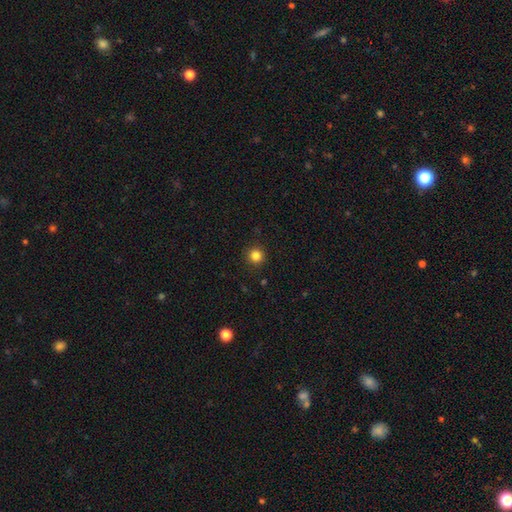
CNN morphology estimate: A smooth galaxy with no disk features (83%) that is round (94%).

Vote fractions:
- Smooth or featured? smooth: 83% / star or artifact: 12% / featured or disk: 4%
- How rounded? round: 94% / in between: 5% / cigar-shaped: 1%
- Merging? none: 91% / minor disturbance: 6% / major disturbance: 2% / merger: 1%